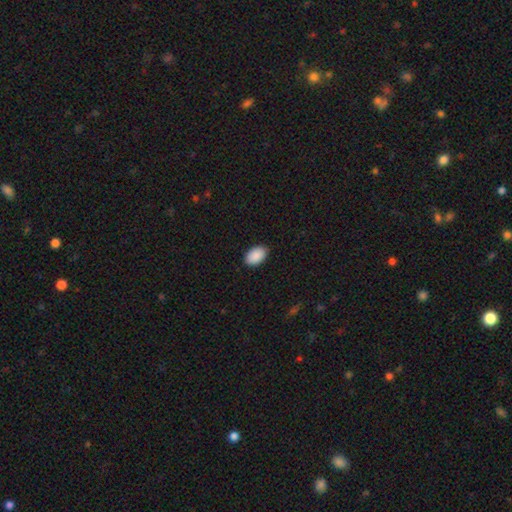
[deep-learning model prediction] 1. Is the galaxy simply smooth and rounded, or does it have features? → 91% smooth, 6% star or artifact, 3% featured or disk.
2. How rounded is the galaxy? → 92% in between, 7% round, 1% cigar-shaped.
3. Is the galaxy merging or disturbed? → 89% none, 8% minor disturbance, 2% major disturbance, 1% merger.